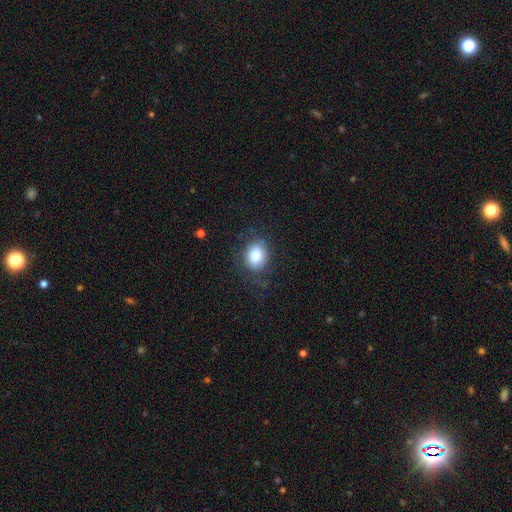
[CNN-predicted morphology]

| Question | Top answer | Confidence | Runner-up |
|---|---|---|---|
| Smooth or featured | smooth | 81% | featured or disk (11%) |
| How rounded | in between | 52% | round (47%) |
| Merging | none | 69% | minor disturbance (19%) |